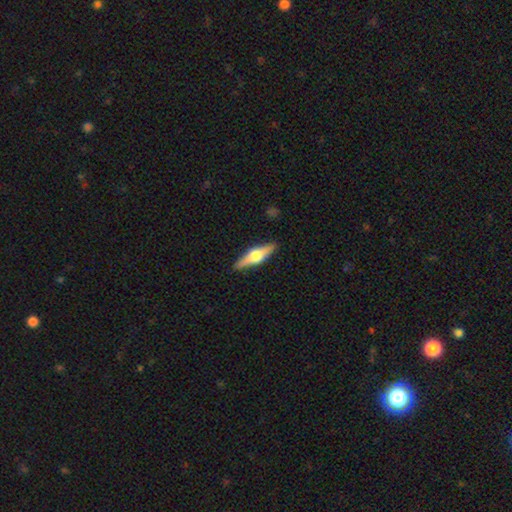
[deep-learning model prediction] smooth-or-featured: featured or disk: 67% | smooth: 27% | star or artifact: 6%
  disk-edge-on: yes: 97% | no: 3%
    edge-on-bulge: rounded: 93% | boxy: 6% | none: 2%
  merging: none: 89% | minor disturbance: 8% | major disturbance: 2% | merger: 1%